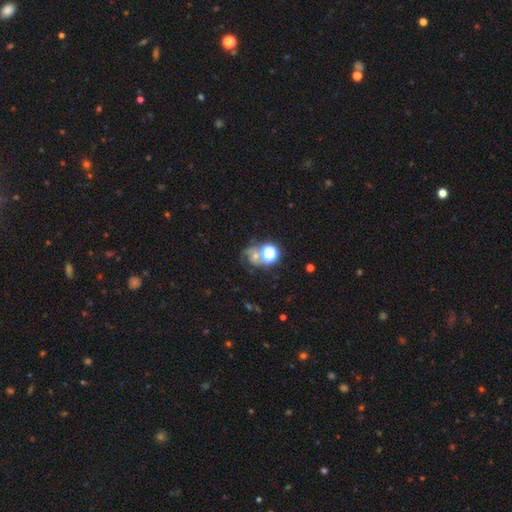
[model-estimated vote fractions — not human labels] This appears to be a star or artifact, not a galaxy (58%).